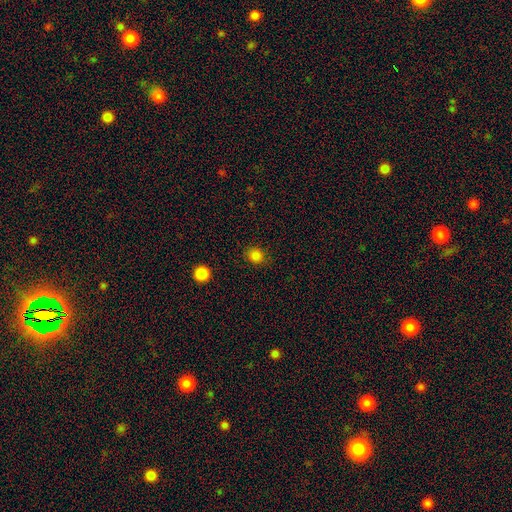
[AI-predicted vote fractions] smooth 83%, star or artifact 13%, featured or disk 4%. Down the decision tree: how rounded — round (78%); merging — none (87%).